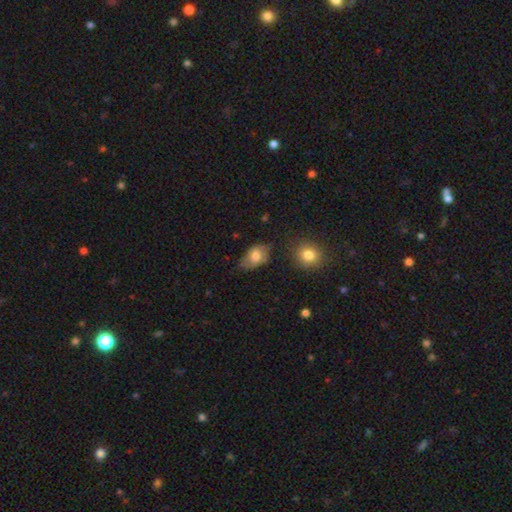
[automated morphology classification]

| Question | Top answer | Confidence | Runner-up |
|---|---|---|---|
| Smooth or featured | smooth | 72% | featured or disk (20%) |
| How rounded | in between | 86% | round (12%) |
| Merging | none | 50% | minor disturbance (35%) |